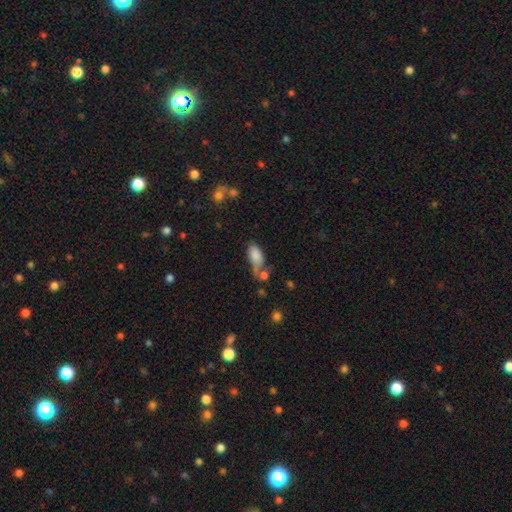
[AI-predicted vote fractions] Smooth or featured: smooth — 82% (featured or disk — 9%)
How rounded: in between — 91% (cigar-shaped — 5%)
Merging: none — 36% (merger — 30%)